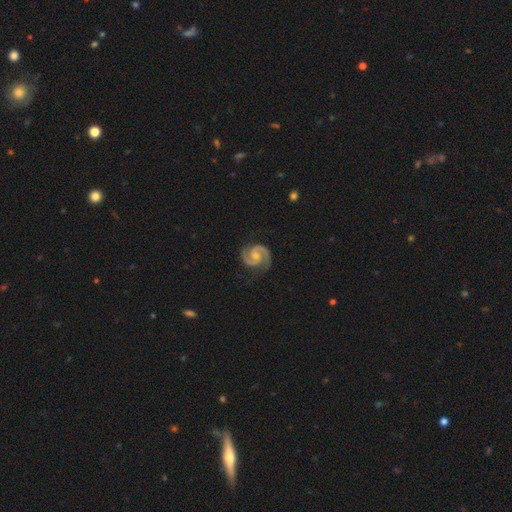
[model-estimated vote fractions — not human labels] Smooth or featured? Predicted: featured or disk (p=0.93). Edge-on disk? Predicted: no (p=0.98). Bar? Predicted: no (p=0.58). Spiral arms? Predicted: yes (p=0.99). Spiral winding? Predicted: medium (p=0.52). Spiral arm count? Predicted: 2 (p=0.94). Bulge size? Predicted: small (p=0.48). Merging? Predicted: none (p=0.83).